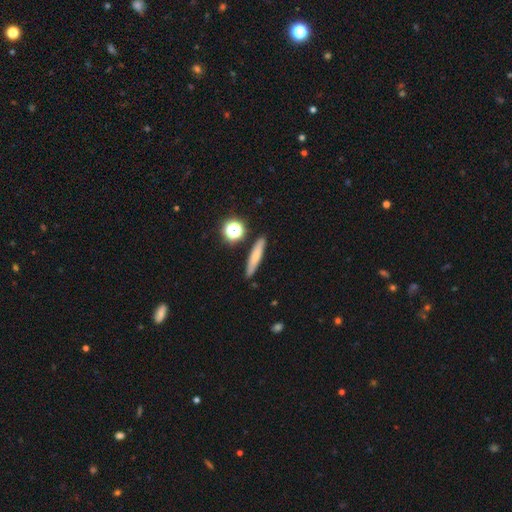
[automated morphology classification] This is likely a smooth galaxy (67%). How rounded: clearly cigar-shaped (85%). Merging: clearly none (86%).